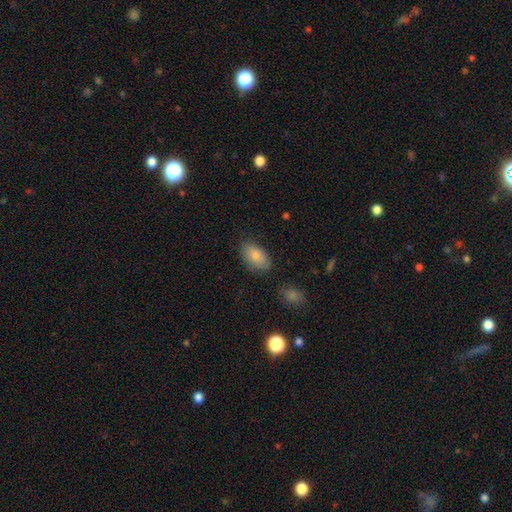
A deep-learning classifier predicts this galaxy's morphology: smooth_or_featured: smooth (p=0.83) [alt: featured or disk p=0.10]
how_rounded: in between (p=0.93) [alt: round p=0.06]
merging: none (p=0.78) [alt: minor disturbance p=0.16]